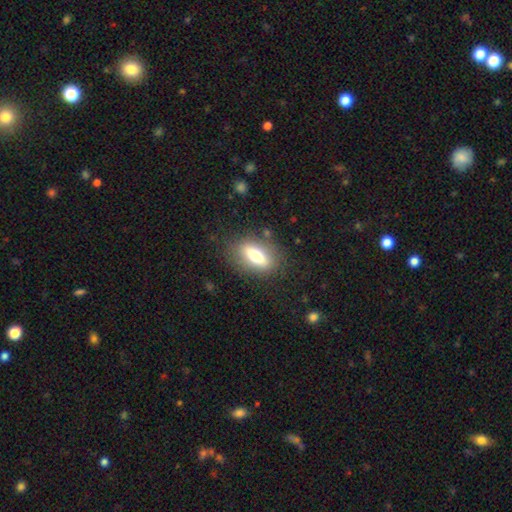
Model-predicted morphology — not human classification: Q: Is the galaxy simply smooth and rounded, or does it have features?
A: smooth — 65%.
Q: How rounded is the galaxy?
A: in between — 75%.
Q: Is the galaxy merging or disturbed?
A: none — 81%.